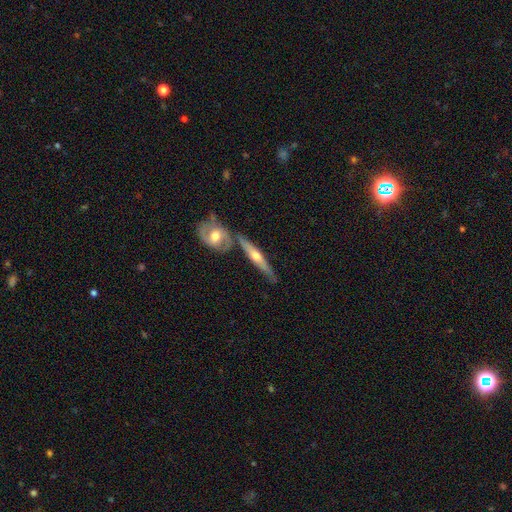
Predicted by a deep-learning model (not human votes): A featured or disk galaxy (70%) viewed edge-on (88%) with a rounded central bulge (88%).

Vote fractions:
- Smooth or featured? featured or disk: 70% / smooth: 25% / star or artifact: 5%
- Edge-on disk? yes: 88% / no: 12%
- Edge-on bulge? rounded: 88% / none: 8% / boxy: 4%
- Merging? none: 67% / merger: 18% / minor disturbance: 12% / major disturbance: 3%